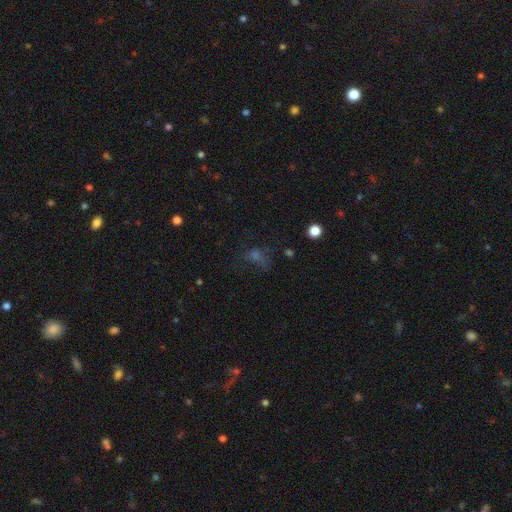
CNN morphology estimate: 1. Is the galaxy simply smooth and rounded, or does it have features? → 40% smooth, 37% star or artifact, 23% featured or disk.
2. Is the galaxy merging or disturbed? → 49% none, 28% major disturbance, 19% minor disturbance, 4% merger.